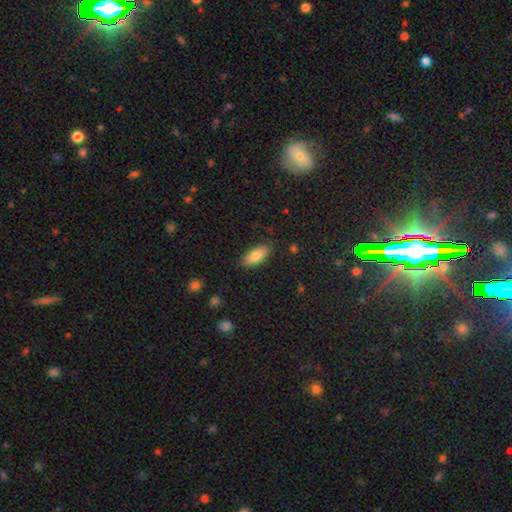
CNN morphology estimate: Smooth or featured? Predicted: smooth (p=0.81). How rounded? Predicted: in between (p=0.80). Merging? Predicted: none (p=0.84).